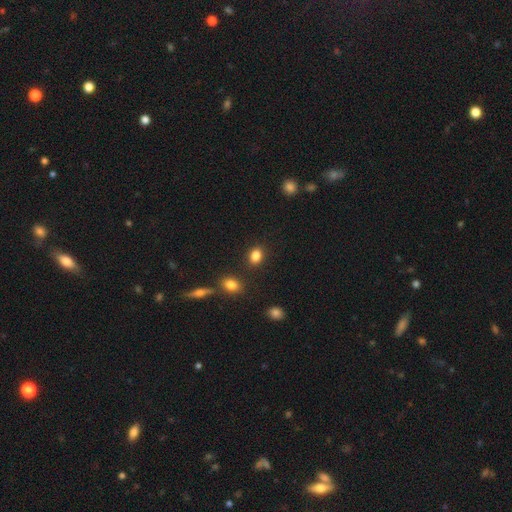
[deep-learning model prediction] Smooth or featured?
  - smooth: 85% *
  - star or artifact: 10%
  - featured or disk: 5%
How rounded?
  - in between: 65% *
  - round: 33%
  - cigar-shaped: 2%
Merging?
  - none: 84% *
  - minor disturbance: 9%
  - merger: 4%
  - major disturbance: 3%